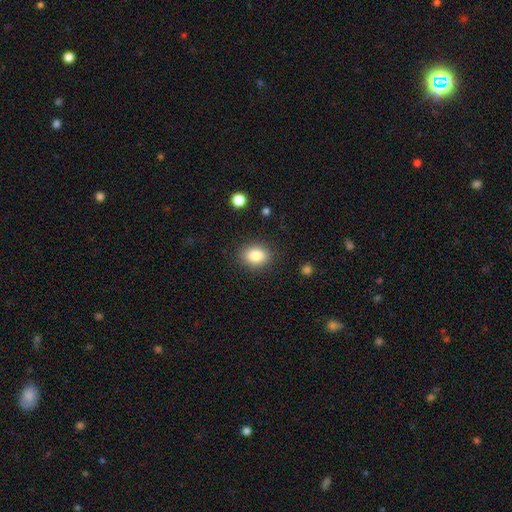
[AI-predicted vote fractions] Morphology: type=smooth (85%); roundness=in between (58%); merging=none (86%).